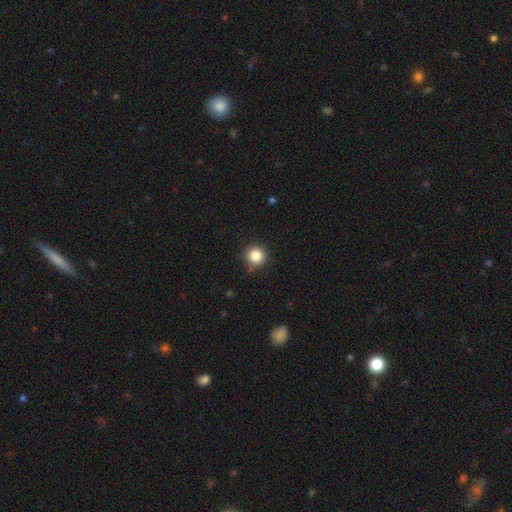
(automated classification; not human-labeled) A smooth galaxy with no disk features (84%) that is round (95%).

Vote fractions:
- Smooth or featured? smooth: 84% / star or artifact: 11% / featured or disk: 5%
- How rounded? round: 95% / in between: 4% / cigar-shaped: 1%
- Merging? none: 88% / minor disturbance: 9% / major disturbance: 2% / merger: 2%